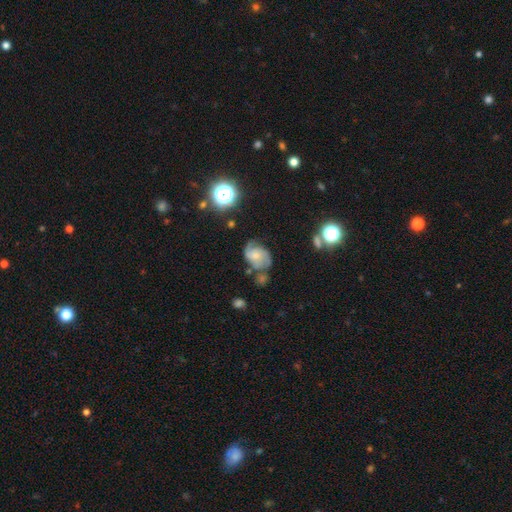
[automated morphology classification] Q: Smooth or featured?
A: featured or disk (73%); runner-up: smooth (18%)
Q: Edge-on disk?
A: no (98%); runner-up: yes (2%)
Q: Bar?
A: no (68%); runner-up: weak (27%)
Q: Spiral arms?
A: yes (93%); runner-up: no (7%)
Q: Spiral winding?
A: medium (47%); runner-up: tight (32%)
Q: Spiral arm count?
A: 2 (60%); runner-up: 3 (16%)
Q: Bulge size?
A: small (55%); runner-up: moderate (34%)
Q: Merging?
A: none (50%); runner-up: minor disturbance (26%)